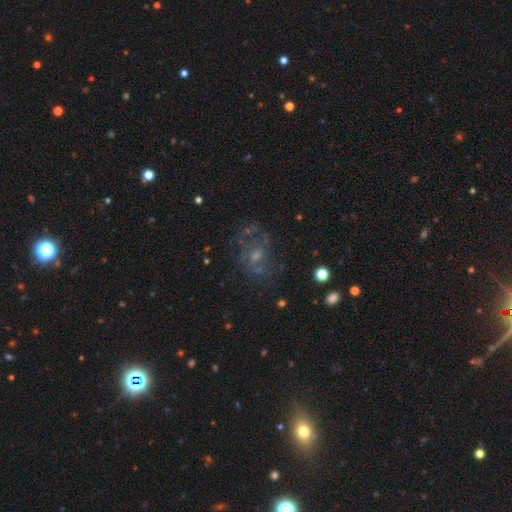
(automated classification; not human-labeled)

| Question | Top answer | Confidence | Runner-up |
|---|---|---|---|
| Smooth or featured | featured or disk | 57% | smooth (24%) |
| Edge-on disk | no | 97% | yes (3%) |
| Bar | no | 70% | weak (26%) |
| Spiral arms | yes | 61% | no (39%) |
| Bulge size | small | 46% | moderate (38%) |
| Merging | none | 56% | major disturbance (21%) |